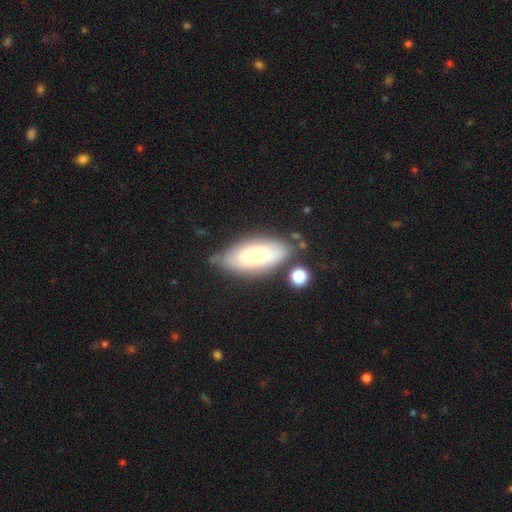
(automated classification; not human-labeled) Smooth or featured?
  - smooth: 64% *
  - featured or disk: 29%
  - star or artifact: 7%
How rounded?
  - in between: 81% *
  - cigar-shaped: 16%
  - round: 2%
Merging?
  - none: 67% *
  - minor disturbance: 20%
  - merger: 7%
  - major disturbance: 6%